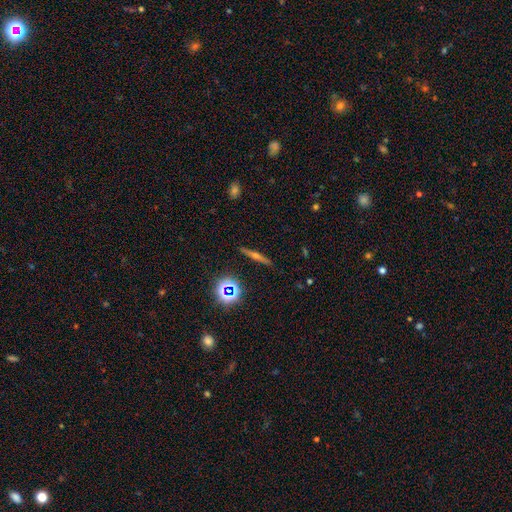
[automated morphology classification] Smooth or featured? featured or disk (60%)
Edge-on disk? yes (96%)
Edge-on bulge? rounded (88%)
Merging? none (90%)